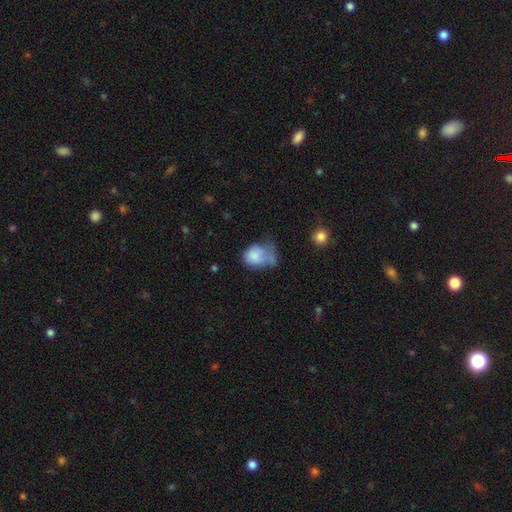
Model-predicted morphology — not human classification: This is likely a smooth galaxy (73%). How rounded: possibly in between (58%). Merging: marginally major disturbance (32%).